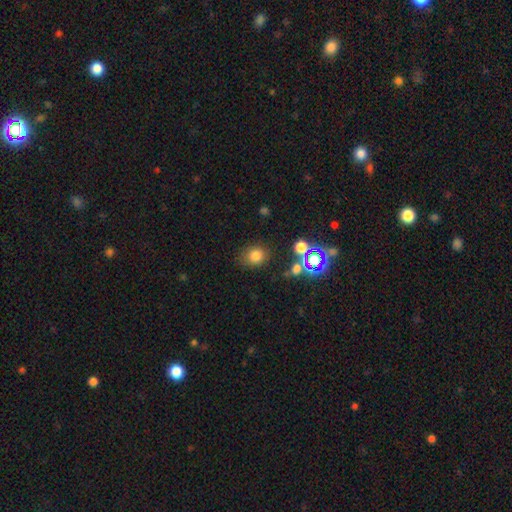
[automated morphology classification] smooth_or_featured: smooth (p=0.75) [alt: star or artifact p=0.18]
how_rounded: round (p=0.70) [alt: in between p=0.29]
merging: none (p=0.78) [alt: minor disturbance p=0.13]